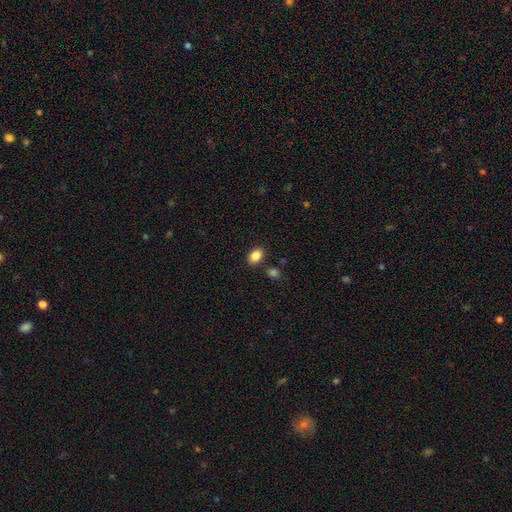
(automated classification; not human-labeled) Smooth or featured: smooth — 87% (star or artifact — 9%)
How rounded: in between — 77% (round — 22%)
Merging: none — 83% (minor disturbance — 9%)